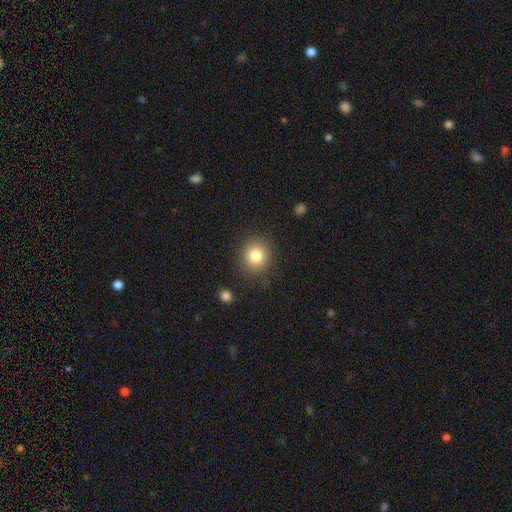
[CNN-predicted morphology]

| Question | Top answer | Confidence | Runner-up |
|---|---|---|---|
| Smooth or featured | smooth | 82% | star or artifact (11%) |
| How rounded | round | 86% | in between (13%) |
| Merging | none | 86% | minor disturbance (9%) |